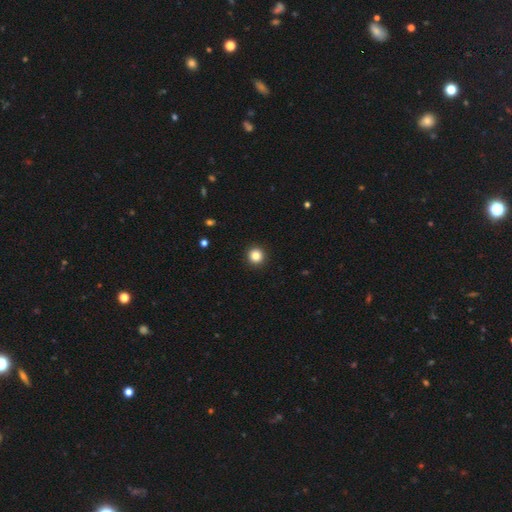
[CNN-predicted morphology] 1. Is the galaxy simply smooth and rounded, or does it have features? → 85% smooth, 11% star or artifact, 5% featured or disk.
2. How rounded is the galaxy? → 95% round, 4% in between, 1% cigar-shaped.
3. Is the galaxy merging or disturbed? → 93% none, 4% minor disturbance, 2% major disturbance, 1% merger.